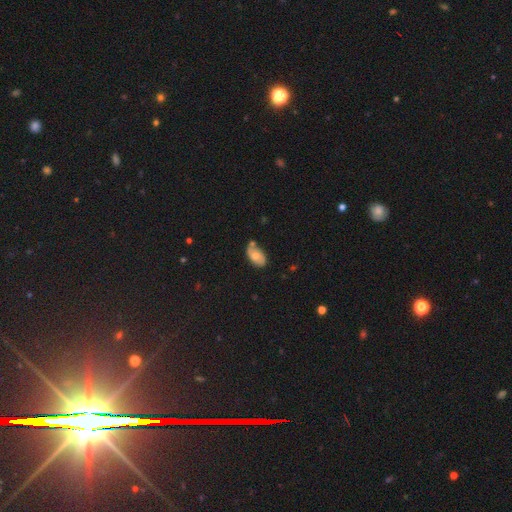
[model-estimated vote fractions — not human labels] This is possibly a smooth galaxy (55%). How rounded: clearly in between (92%). Merging: possibly none (53%).